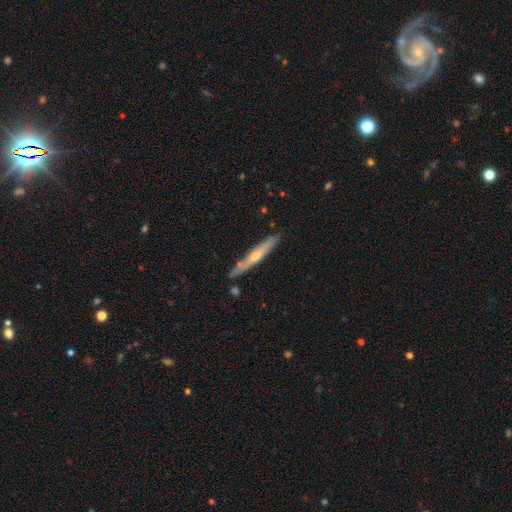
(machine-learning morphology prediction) This appears to be a featured or disk galaxy (60%) viewed edge-on (93%) with a rounded central bulge (71%). Merging: none (83%).